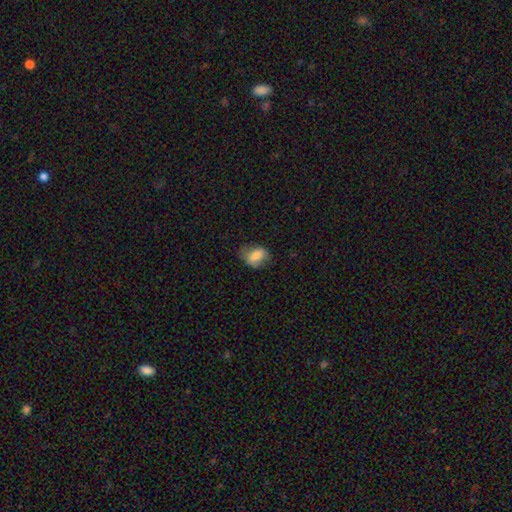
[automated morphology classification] The model was most divided on "merging": none: 64%, minor disturbance: 26%, major disturbance: 9%, merger: 1%. More confident: how rounded — in between (75%); smooth or featured — smooth (73%).